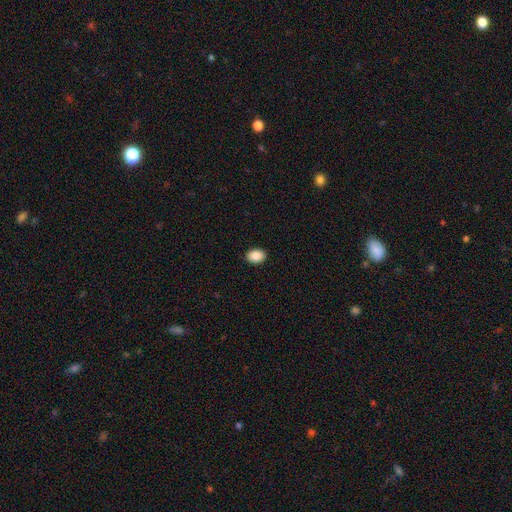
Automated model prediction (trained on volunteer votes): Morphology: type=smooth (89%); roundness=in between (75%); merging=none (91%).